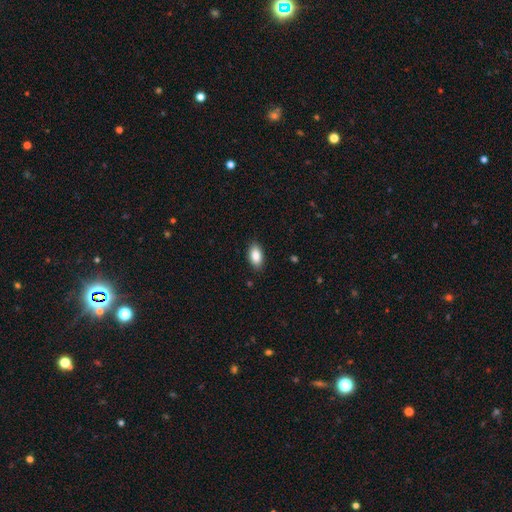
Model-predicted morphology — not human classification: The model was most divided on "merging": none: 87%, minor disturbance: 9%, major disturbance: 2%, merger: 1%. More confident: how rounded — in between (93%); smooth or featured — smooth (87%).